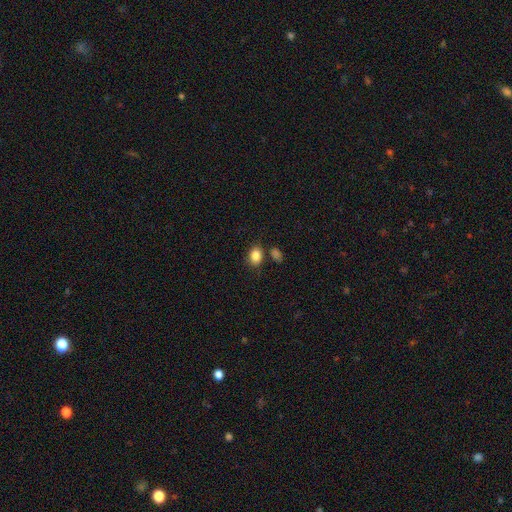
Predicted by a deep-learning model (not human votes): Q: Smooth or featured?
A: smooth (85%); runner-up: star or artifact (9%)
Q: How rounded?
A: in between (66%); runner-up: round (33%)
Q: Merging?
A: none (73%); runner-up: minor disturbance (14%)